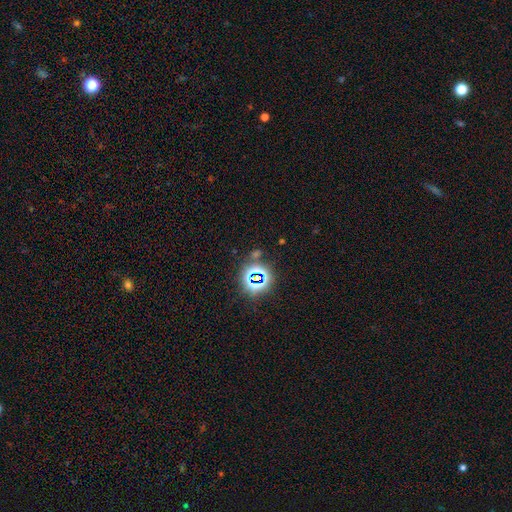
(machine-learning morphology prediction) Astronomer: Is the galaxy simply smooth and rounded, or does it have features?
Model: star or artifact — 75%.